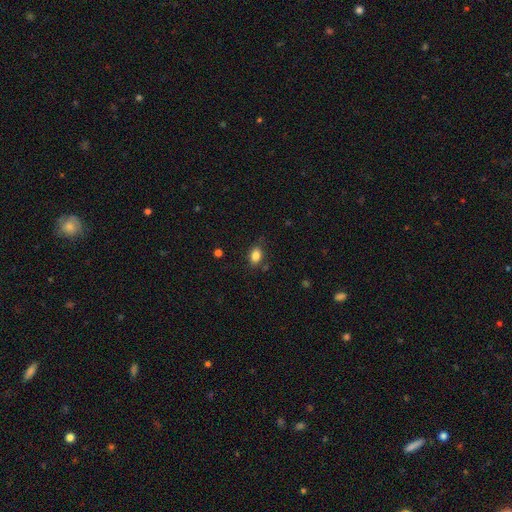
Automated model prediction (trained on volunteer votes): This appears to be a smooth galaxy with no disk features (85%) that is in between round and cigar-shaped (78%). Merging: none (79%).